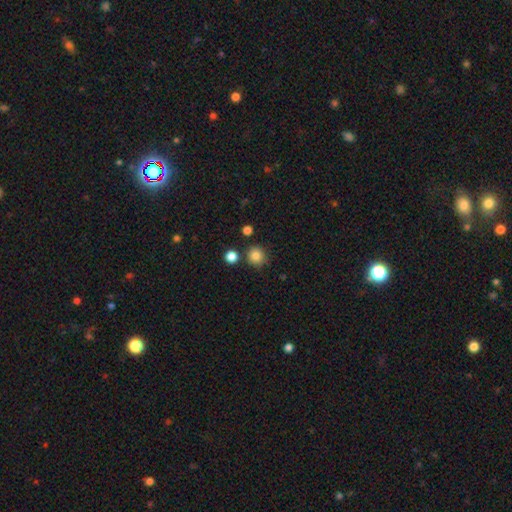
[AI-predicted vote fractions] Smooth or featured? smooth (84%)
How rounded? round (92%)
Merging? none (83%)